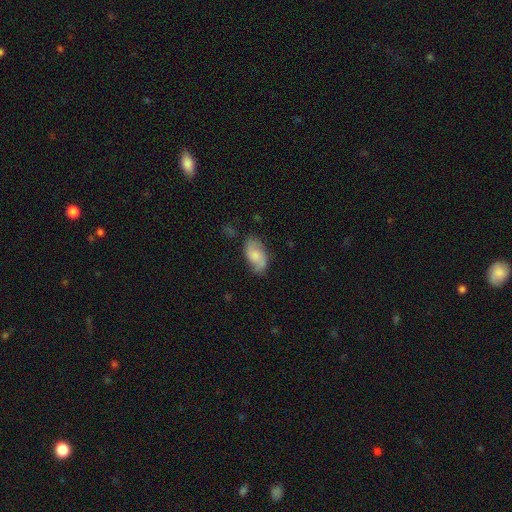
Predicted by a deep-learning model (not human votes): Smooth or featured? Predicted: smooth (p=0.60). How rounded? Predicted: in between (p=0.93). Merging? Predicted: none (p=0.68).